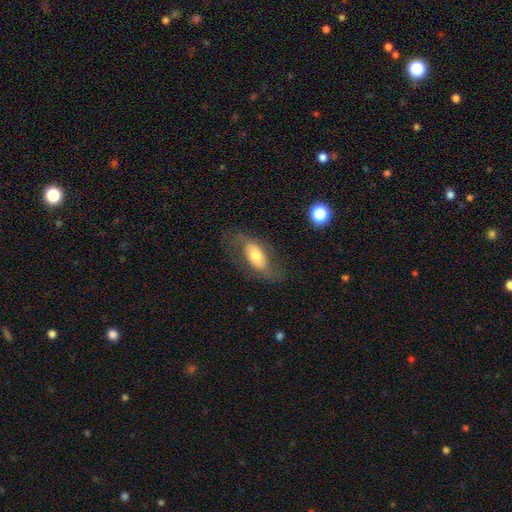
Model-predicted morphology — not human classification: The model was most divided on "smooth or featured": featured or disk: 49%, smooth: 44%, star or artifact: 8%. More confident: merging — none (65%).